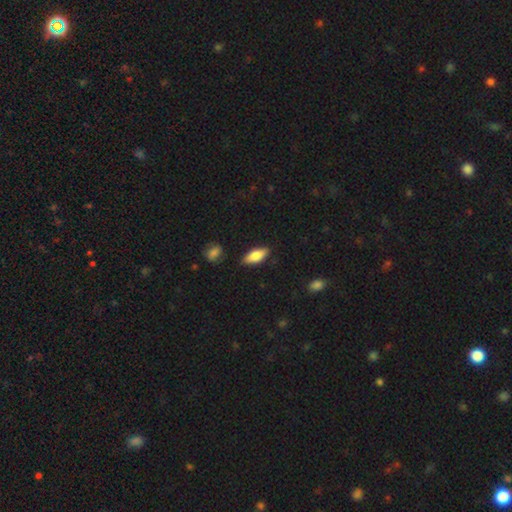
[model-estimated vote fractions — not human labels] Overall: smooth (77%). How rounded: in between (78%). Merging: none (83%).